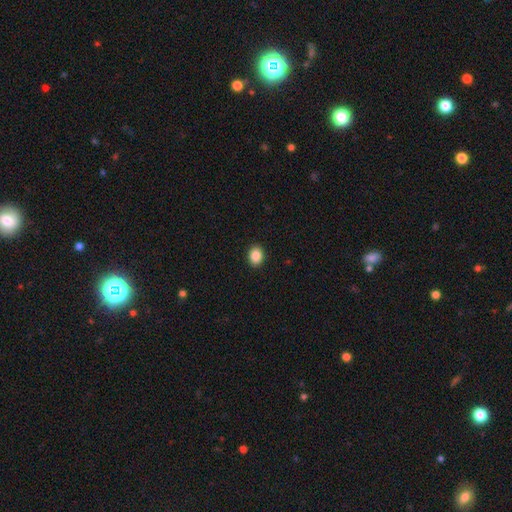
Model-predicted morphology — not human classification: A smooth galaxy with no disk features (88%) that is in between round and cigar-shaped (52%).

Vote fractions:
- Smooth or featured? smooth: 88% / star or artifact: 9% / featured or disk: 3%
- How rounded? in between: 52% / round: 47% / cigar-shaped: 1%
- Merging? none: 91% / minor disturbance: 6% / major disturbance: 2% / merger: 1%